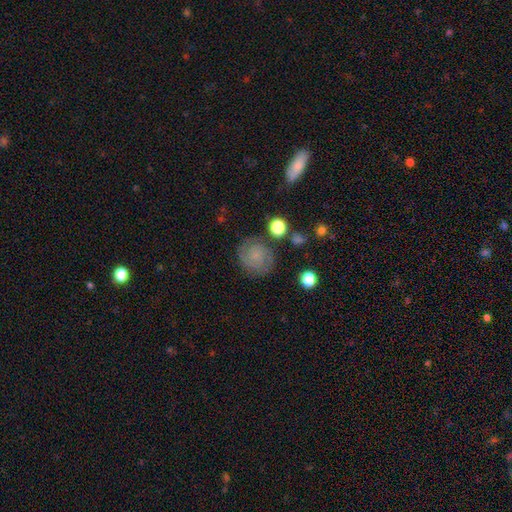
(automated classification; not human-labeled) featured or disk 47%, smooth 41%, star or artifact 11%. Down the decision tree: merging — none (77%).